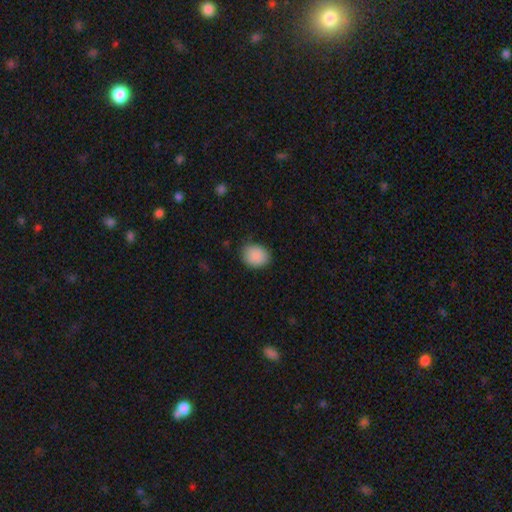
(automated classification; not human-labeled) Smooth or featured?
  - smooth: 89% *
  - star or artifact: 7%
  - featured or disk: 4%
How rounded?
  - round: 50% *
  - in between: 49%
  - cigar-shaped: 1%
Merging?
  - none: 81% *
  - minor disturbance: 15%
  - major disturbance: 3%
  - merger: 1%